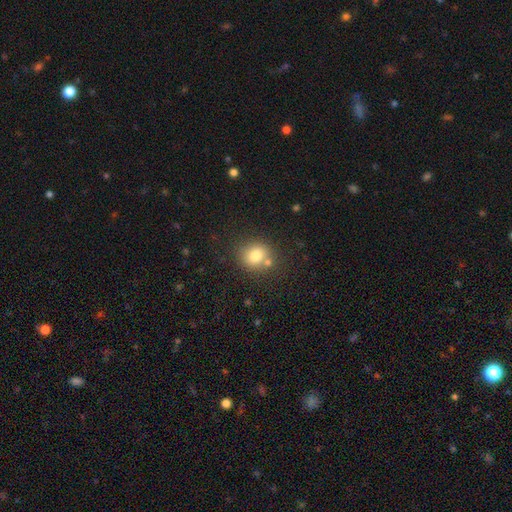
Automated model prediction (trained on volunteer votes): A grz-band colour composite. It shows a smooth galaxy with no disk features (79%) that is round (78%). Merging: none (69%).